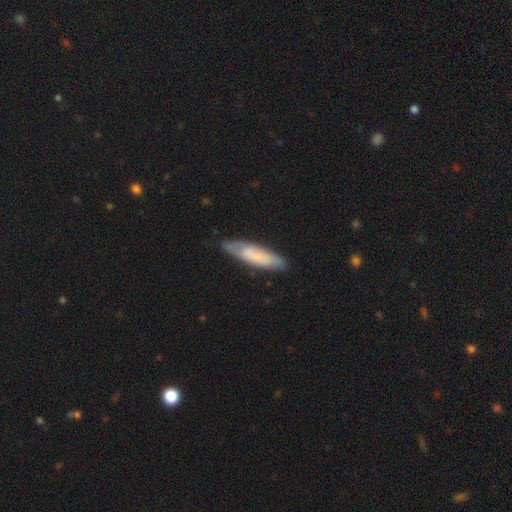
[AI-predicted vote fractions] Smooth or featured?
  - smooth: 57% *
  - featured or disk: 37%
  - star or artifact: 6%
How rounded?
  - cigar-shaped: 70% *
  - in between: 29%
  - round: 1%
Merging?
  - none: 75% *
  - minor disturbance: 19%
  - major disturbance: 4%
  - merger: 2%